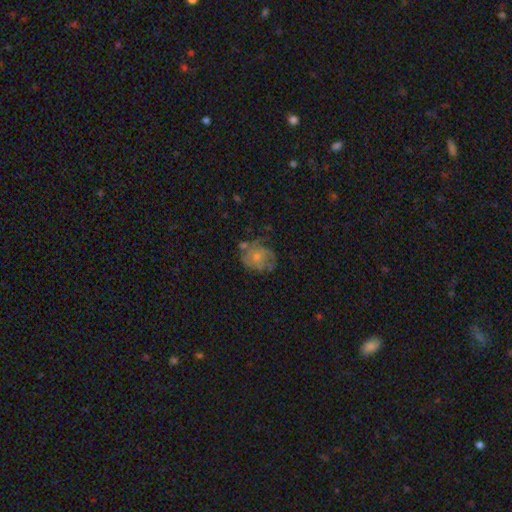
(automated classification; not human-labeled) Smooth or featured?
  - featured or disk: 61% *
  - smooth: 30%
  - star or artifact: 9%
Edge-on disk?
  - no: 98% *
  - yes: 2%
Bar?
  - no: 81% *
  - weak: 16%
  - strong: 2%
Spiral arms?
  - yes: 78% *
  - no: 22%
Bulge size?
  - small: 53% *
  - moderate: 33%
  - none: 10%
  - large: 3%
  - dominant: 1%
Merging?
  - none: 53% *
  - minor disturbance: 24%
  - major disturbance: 17%
  - merger: 6%